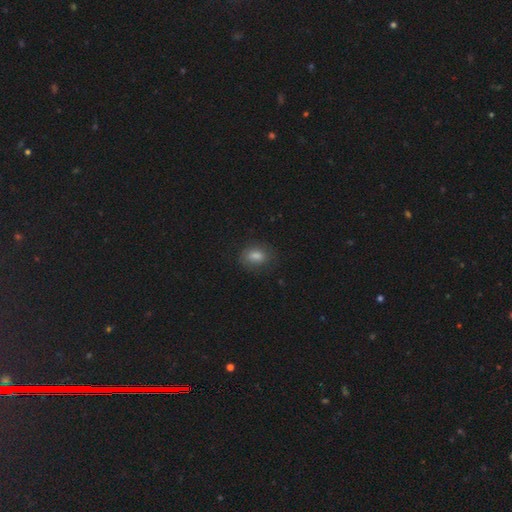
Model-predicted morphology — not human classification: Smooth or featured? Predicted: smooth (p=0.78). How rounded? Predicted: in between (p=0.75). Merging? Predicted: none (p=0.79).